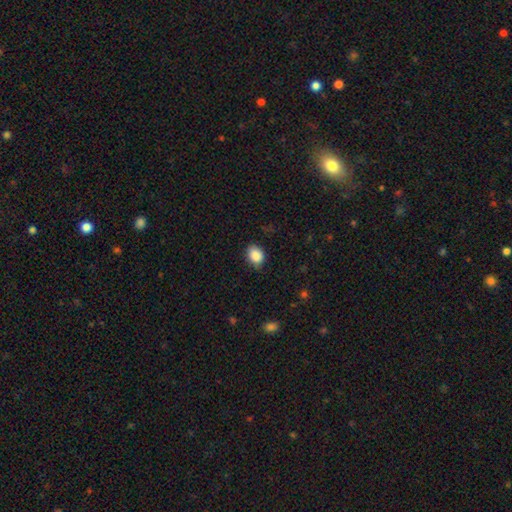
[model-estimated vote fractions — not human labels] smooth_or_featured: smooth (p=0.88) [alt: star or artifact p=0.08]
how_rounded: in between (p=0.62) [alt: round p=0.37]
merging: none (p=0.75) [alt: minor disturbance p=0.20]